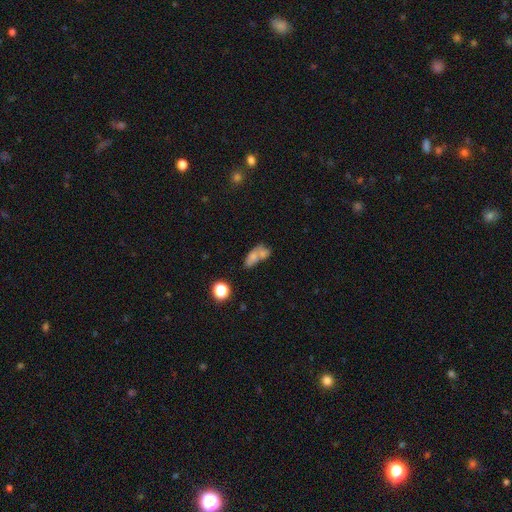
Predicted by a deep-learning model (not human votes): Overall: smooth (61%; featured or disk 25%). How rounded: in between (76%). Merging: merger (52%; none 25%).